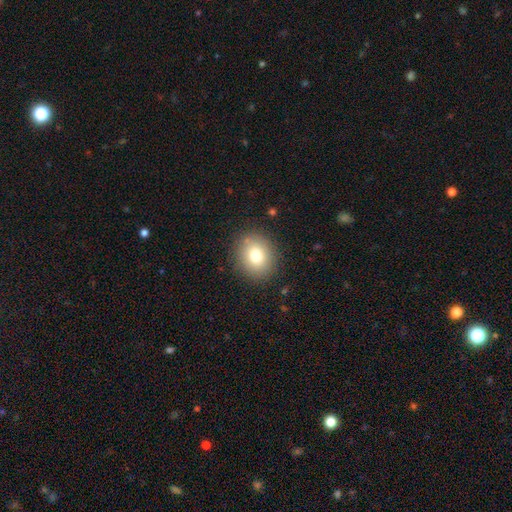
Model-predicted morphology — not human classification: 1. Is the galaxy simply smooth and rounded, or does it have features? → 78% smooth, 11% featured or disk, 11% star or artifact.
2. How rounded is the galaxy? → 65% round, 34% in between, 1% cigar-shaped.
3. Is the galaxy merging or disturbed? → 86% none, 9% minor disturbance, 3% major disturbance, 1% merger.